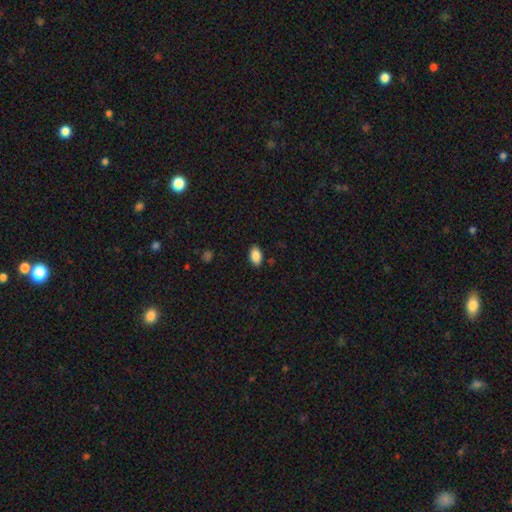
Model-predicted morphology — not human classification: Smooth or featured? Predicted: smooth (p=0.88). How rounded? Predicted: in between (p=0.92). Merging? Predicted: none (p=0.87).